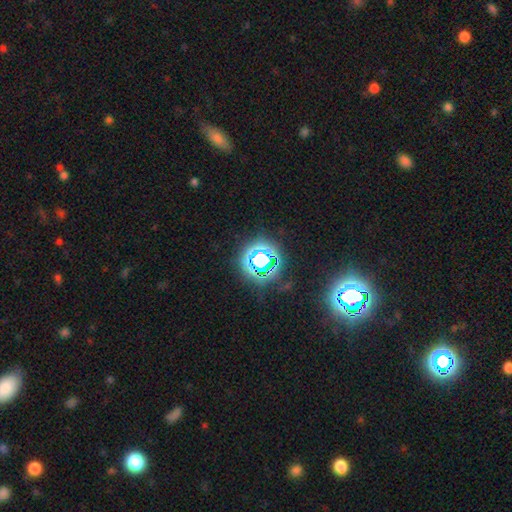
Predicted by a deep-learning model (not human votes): Smooth or featured? star or artifact (72%)